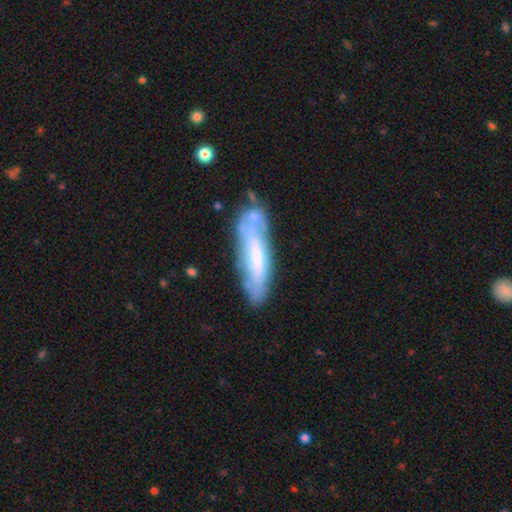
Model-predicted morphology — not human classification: A featured or disk galaxy (49%).

Vote fractions:
- Smooth or featured? featured or disk: 49% / smooth: 44% / star or artifact: 7%
- Merging? none: 64% / minor disturbance: 21% / merger: 8% / major disturbance: 7%